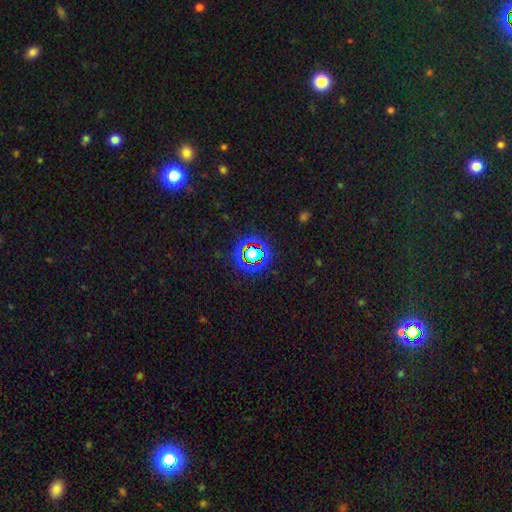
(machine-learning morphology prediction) smooth-or-featured: star or artifact: 67% | smooth: 22% | featured or disk: 11%